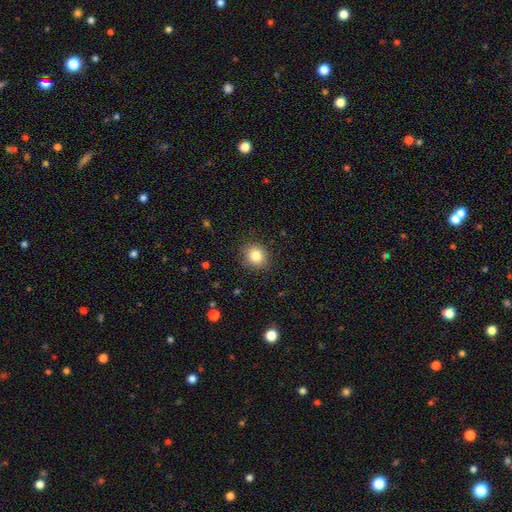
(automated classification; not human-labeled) smooth-or-featured: smooth: 84% | star or artifact: 11% | featured or disk: 6%
  how-rounded: round: 82% | in between: 17% | cigar-shaped: 1%
  merging: none: 88% | minor disturbance: 8% | major disturbance: 3% | merger: 1%